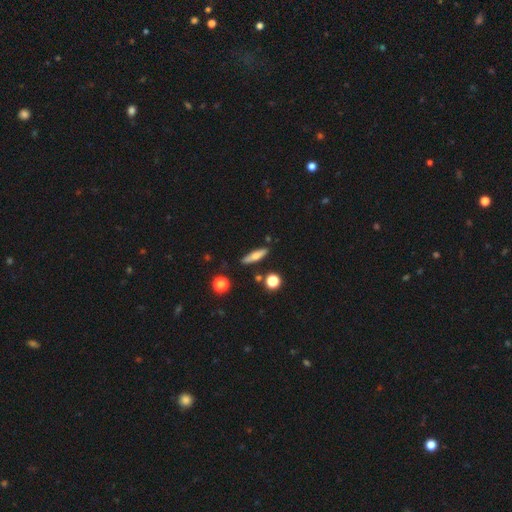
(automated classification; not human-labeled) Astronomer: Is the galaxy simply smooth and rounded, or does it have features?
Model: smooth — 58% (runner-up: featured or disk, 34%).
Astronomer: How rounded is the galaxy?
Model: cigar-shaped — 69%.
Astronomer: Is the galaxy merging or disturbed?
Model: none — 83%.